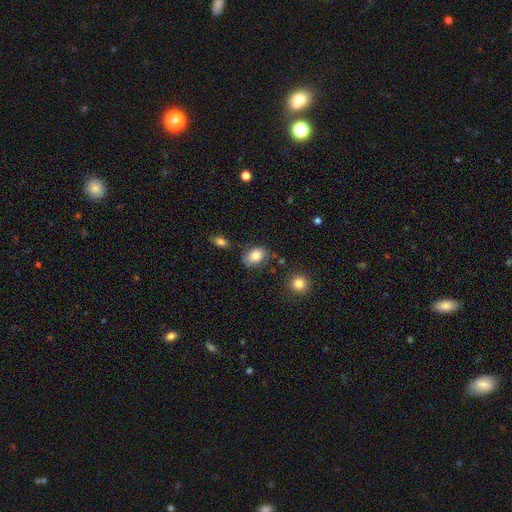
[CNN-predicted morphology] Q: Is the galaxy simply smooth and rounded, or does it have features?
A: smooth — 78%.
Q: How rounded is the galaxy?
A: in between — 68%.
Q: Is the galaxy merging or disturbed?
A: none — 67%.